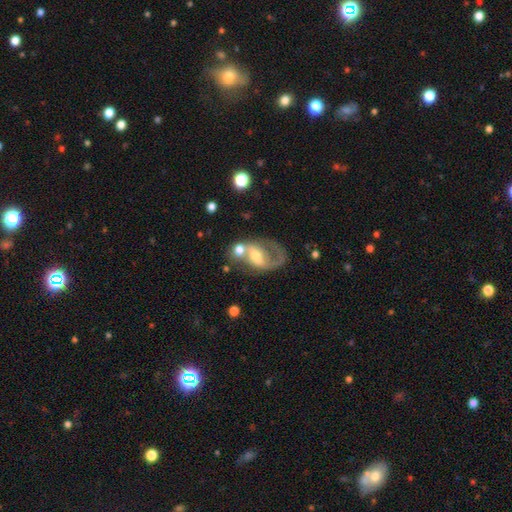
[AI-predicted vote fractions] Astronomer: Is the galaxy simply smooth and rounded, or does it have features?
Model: featured or disk — 73%.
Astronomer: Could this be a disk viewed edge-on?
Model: no — 96%.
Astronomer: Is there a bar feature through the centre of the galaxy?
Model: weak — 42% (runner-up: no, 35%).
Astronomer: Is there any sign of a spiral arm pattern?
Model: yes — 79%.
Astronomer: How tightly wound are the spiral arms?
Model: medium — 44% (runner-up: loose, 39%).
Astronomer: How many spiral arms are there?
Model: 2 — 52% (runner-up: 1, 36%).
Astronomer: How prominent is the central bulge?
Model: moderate — 54% (runner-up: small, 35%).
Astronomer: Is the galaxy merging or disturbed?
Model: none — 33% (runner-up: merger, 28%).